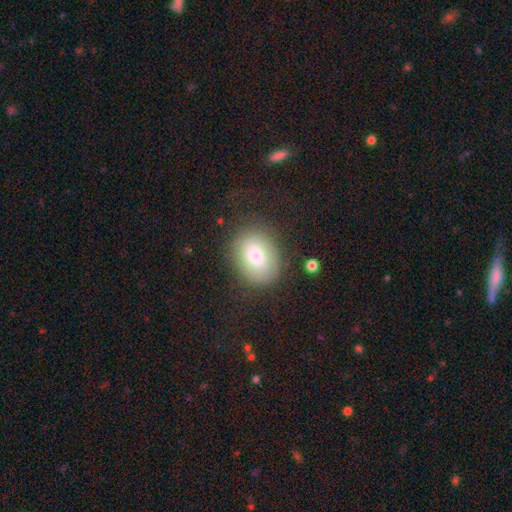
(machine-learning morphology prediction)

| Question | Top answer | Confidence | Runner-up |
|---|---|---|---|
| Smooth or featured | smooth | 64% | featured or disk (28%) |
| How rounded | in between | 61% | round (38%) |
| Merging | none | 72% | minor disturbance (17%) |